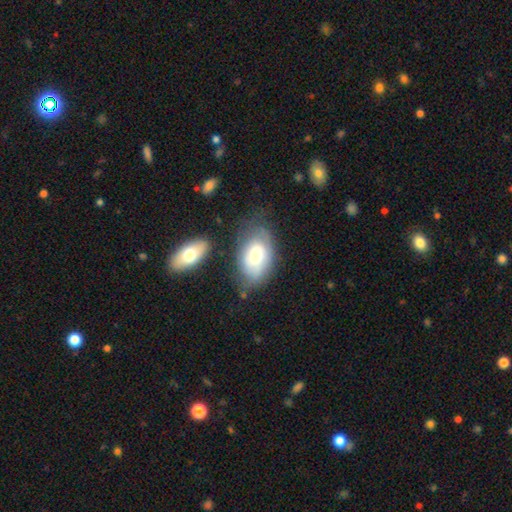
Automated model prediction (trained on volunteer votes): A smooth galaxy with no disk features (59%) that is in between round and cigar-shaped (89%). Merging: none (56%).